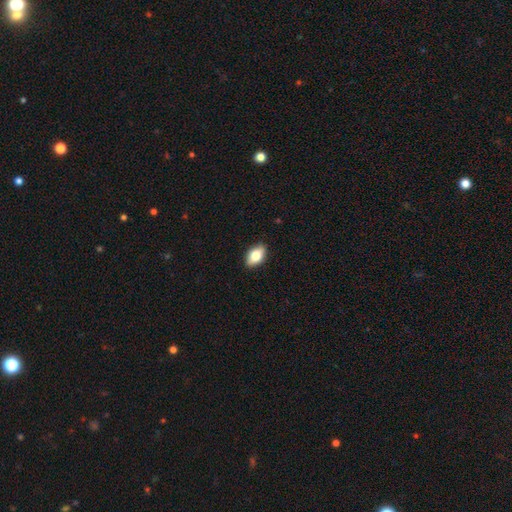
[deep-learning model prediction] A smooth galaxy with no disk features (77%) that is in between round and cigar-shaped (88%).

Vote fractions:
- Smooth or featured? smooth: 77% / featured or disk: 16% / star or artifact: 7%
- How rounded? in between: 88% / round: 8% / cigar-shaped: 3%
- Merging? none: 88% / minor disturbance: 9% / major disturbance: 2% / merger: 1%